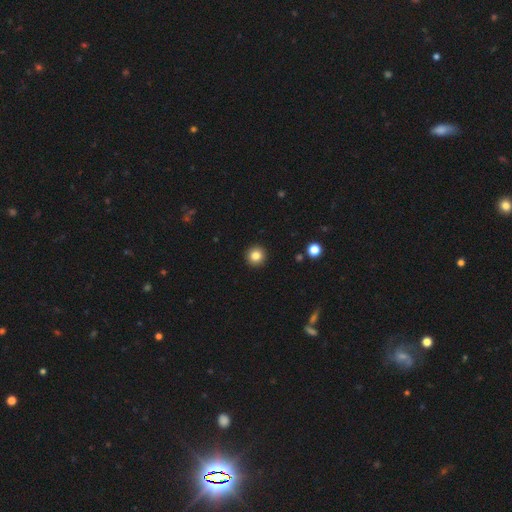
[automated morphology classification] smooth_or_featured: smooth (p=0.83) [alt: star or artifact p=0.11]
how_rounded: round (p=0.95) [alt: in between p=0.04]
merging: none (p=0.93) [alt: minor disturbance p=0.04]